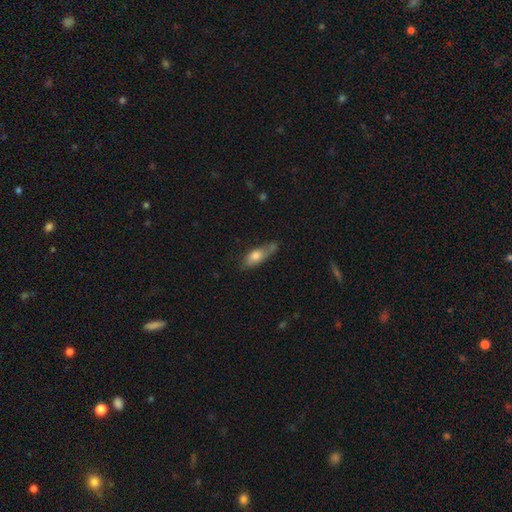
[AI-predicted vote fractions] Overall: smooth (69%). How rounded: in between (62%; cigar-shaped 34%). Merging: none (48%; minor disturbance 33%).